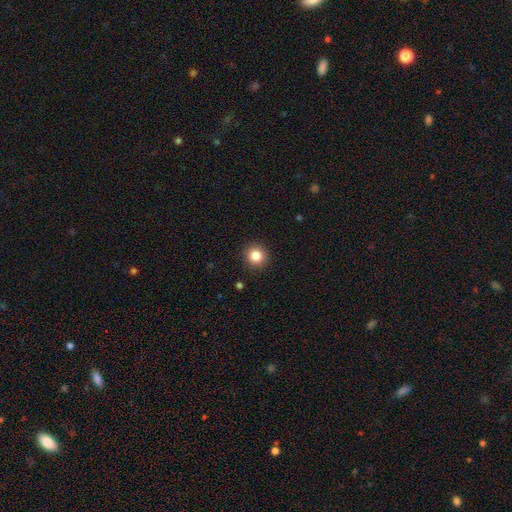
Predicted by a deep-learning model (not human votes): This is clearly a smooth galaxy (84%). How rounded: clearly round (92%). Merging: clearly none (91%).